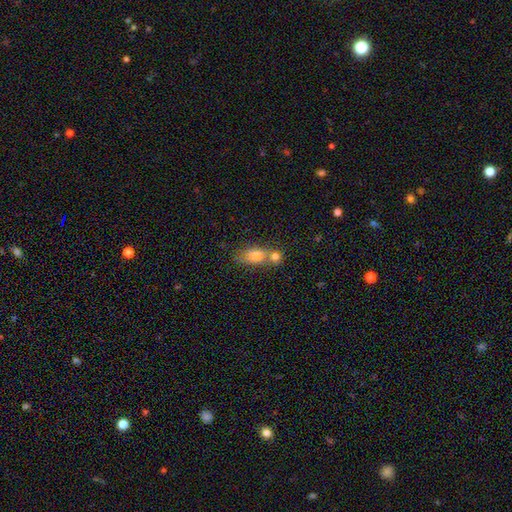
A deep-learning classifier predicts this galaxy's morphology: smooth_or_featured: smooth (p=0.73) [alt: featured or disk p=0.16]
how_rounded: in between (p=0.70) [alt: round p=0.17]
merging: merger (p=0.43) [alt: none p=0.37]